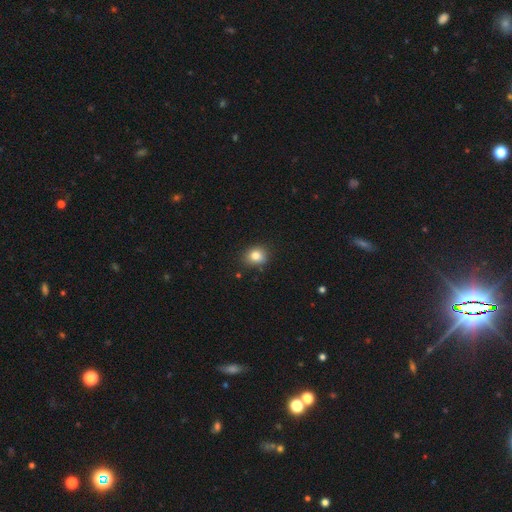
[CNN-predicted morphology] A smooth galaxy with no disk features (82%) that is round (65%).

Vote fractions:
- Smooth or featured? smooth: 82% / star or artifact: 11% / featured or disk: 7%
- How rounded? round: 65% / in between: 34% / cigar-shaped: 1%
- Merging? none: 83% / minor disturbance: 13% / major disturbance: 3% / merger: 2%